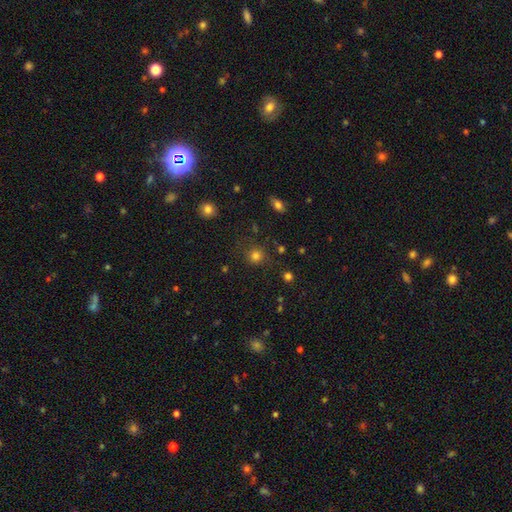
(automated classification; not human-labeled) smooth_or_featured: smooth (p=0.78) [alt: star or artifact p=0.16]
how_rounded: round (p=0.89) [alt: in between p=0.10]
merging: none (p=0.80) [alt: minor disturbance p=0.12]